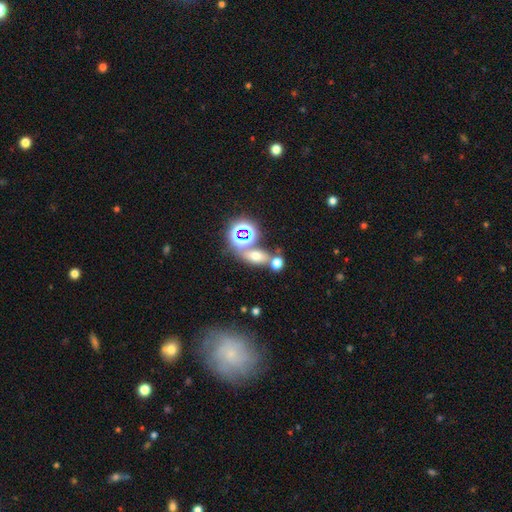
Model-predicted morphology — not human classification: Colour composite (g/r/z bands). It shows a smooth galaxy with no disk features (56%) that is in between round and cigar-shaped (67%). Merging: none (53%).